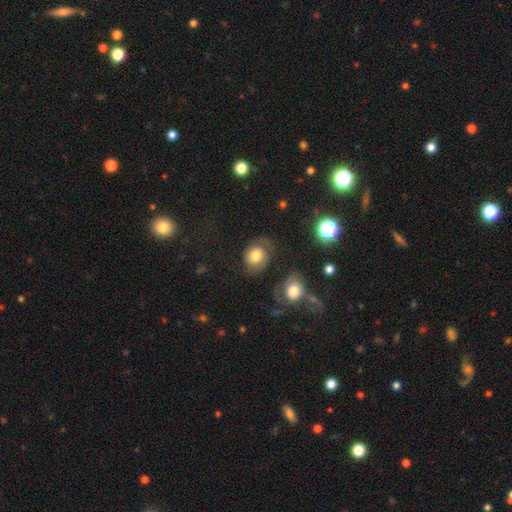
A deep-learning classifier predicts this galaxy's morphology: The model was most divided on "how rounded": round: 62%, in between: 37%, cigar-shaped: 1%. More confident: smooth or featured — smooth (66%); merging — none (51%).